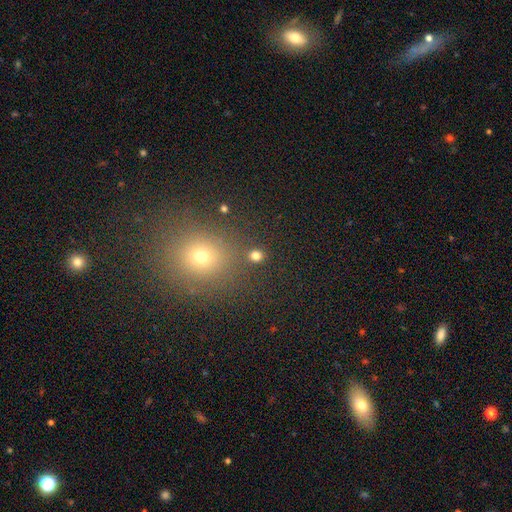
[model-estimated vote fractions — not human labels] Smooth or featured? Predicted: smooth (p=0.76). How rounded? Predicted: round (p=0.82). Merging? Predicted: none (p=0.81).